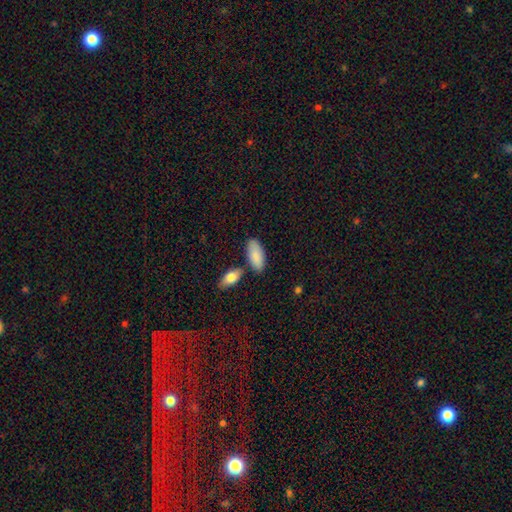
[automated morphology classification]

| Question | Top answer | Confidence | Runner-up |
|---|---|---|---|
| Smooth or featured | smooth | 87% | featured or disk (8%) |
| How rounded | in between | 90% | cigar-shaped (8%) |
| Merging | none | 71% | minor disturbance (14%) |